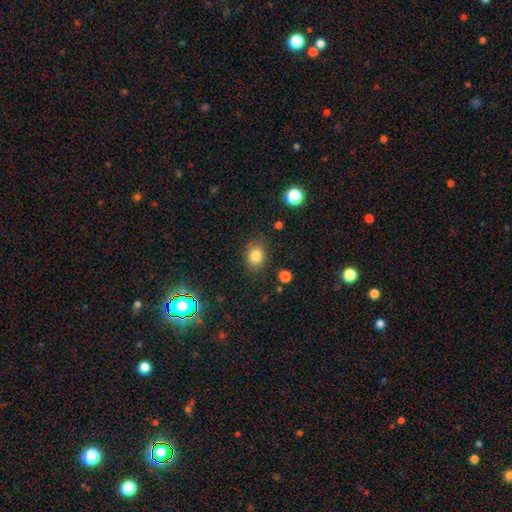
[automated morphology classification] type=smooth (81%); roundness=in between (61%); merging=none (80%).